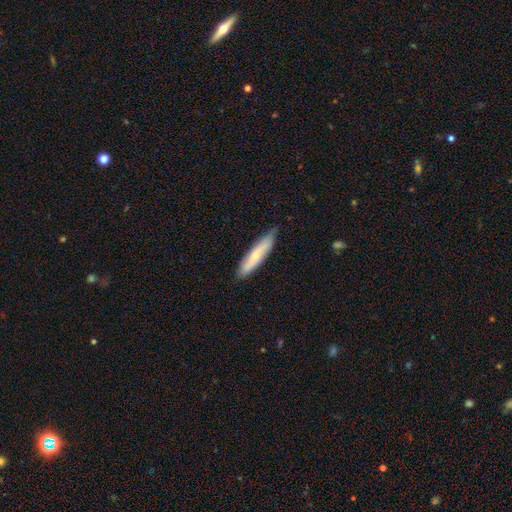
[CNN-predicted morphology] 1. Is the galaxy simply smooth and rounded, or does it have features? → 58% smooth, 37% featured or disk, 6% star or artifact.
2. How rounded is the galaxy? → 80% cigar-shaped, 18% in between, 2% round.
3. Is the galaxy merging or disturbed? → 80% none, 16% minor disturbance, 2% major disturbance, 1% merger.